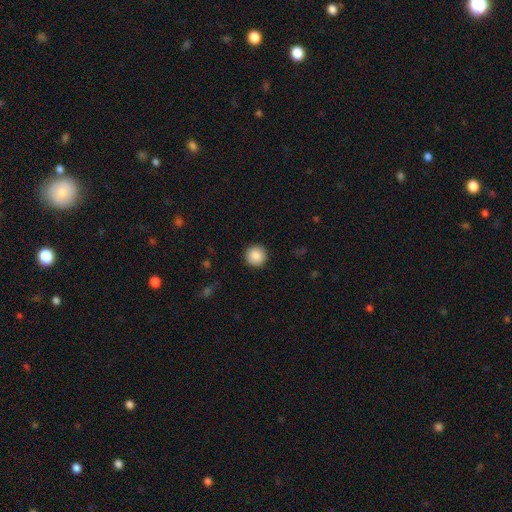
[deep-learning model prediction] Q: Smooth or featured?
A: smooth (89%); runner-up: star or artifact (8%)
Q: How rounded?
A: round (96%); runner-up: in between (3%)
Q: Merging?
A: none (92%); runner-up: minor disturbance (5%)